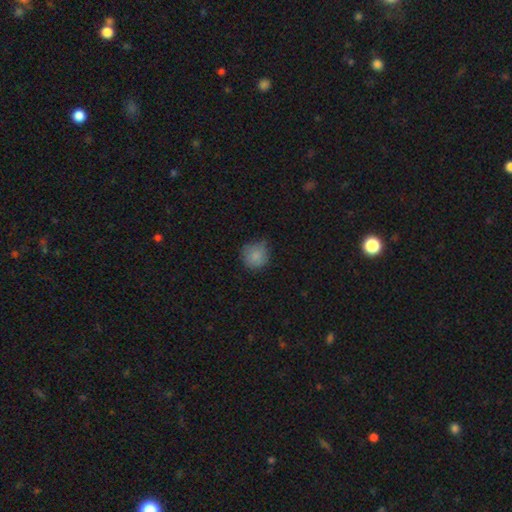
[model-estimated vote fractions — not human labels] The model was most divided on "merging": none: 66%, minor disturbance: 27%, major disturbance: 5%, merger: 2%. More confident: how rounded — round (90%); smooth or featured — smooth (83%).